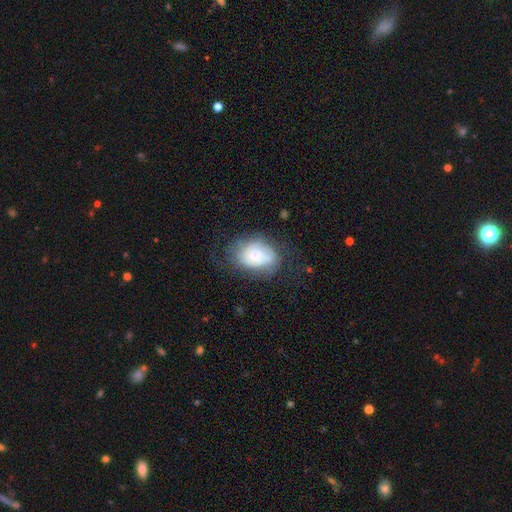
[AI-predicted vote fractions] Smooth or featured? featured or disk (46%)
Merging? none (56%)